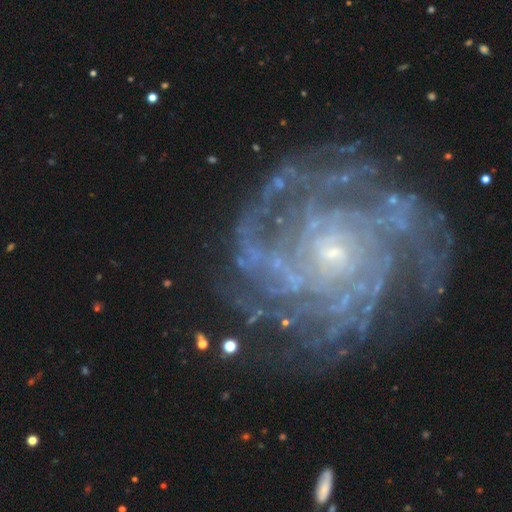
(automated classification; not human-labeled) Overall: featured or disk (86%). Edge-on disk: no (98%). Bar: no (60%; weak 29%). Spiral arms: yes (96%). Spiral arm count: can't tell (28%; more than 4 24%). Spiral winding: tight (71%). Bulge size: small (78%). Merging: none (71%).